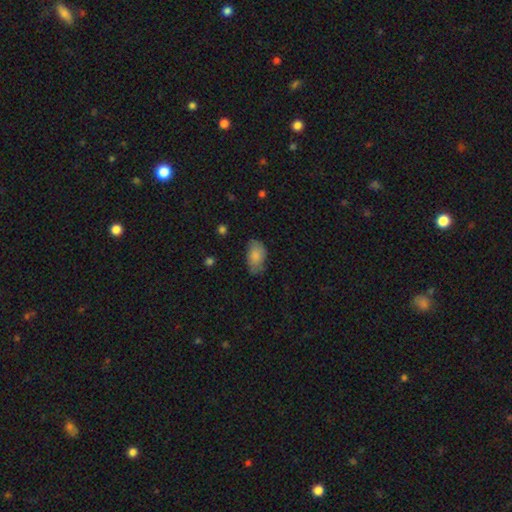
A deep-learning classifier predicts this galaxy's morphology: Smooth or featured?
  - smooth: 83% *
  - featured or disk: 10%
  - star or artifact: 7%
How rounded?
  - in between: 93% *
  - round: 6%
  - cigar-shaped: 2%
Merging?
  - none: 66% *
  - minor disturbance: 27%
  - major disturbance: 6%
  - merger: 1%